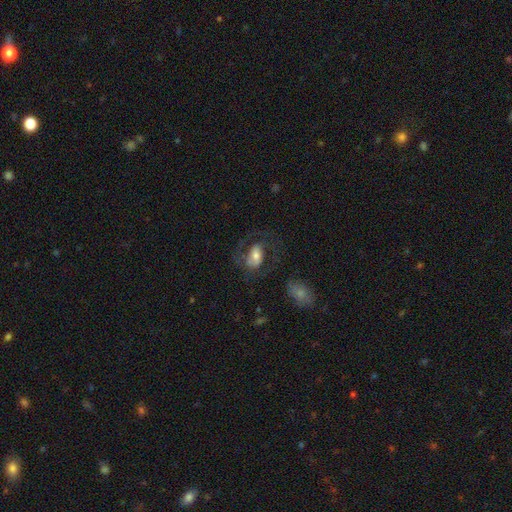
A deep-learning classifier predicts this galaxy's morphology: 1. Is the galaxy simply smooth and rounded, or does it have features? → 51% featured or disk, 41% smooth, 8% star or artifact.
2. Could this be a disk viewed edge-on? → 95% no, 5% yes.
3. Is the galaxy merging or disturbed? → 53% none, 27% major disturbance, 17% minor disturbance, 3% merger.